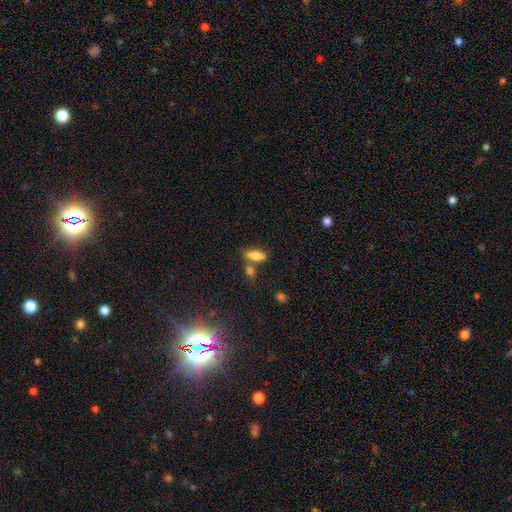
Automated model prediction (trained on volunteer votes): smooth 75%, featured or disk 16%, star or artifact 8%. Down the decision tree: how rounded — in between (65%); merging — none (62%).